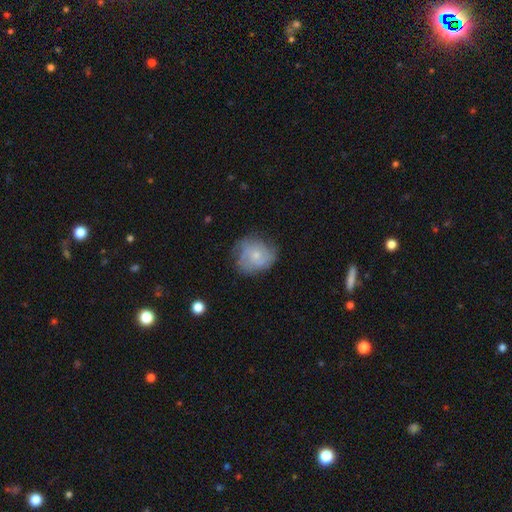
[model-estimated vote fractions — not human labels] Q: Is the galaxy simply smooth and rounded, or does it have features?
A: featured or disk — 54%.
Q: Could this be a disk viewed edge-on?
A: no — 98%.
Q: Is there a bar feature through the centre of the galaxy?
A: no — 80%.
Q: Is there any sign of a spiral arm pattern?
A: yes — 76%.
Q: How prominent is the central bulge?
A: small — 64%.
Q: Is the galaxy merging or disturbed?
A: none — 61%.